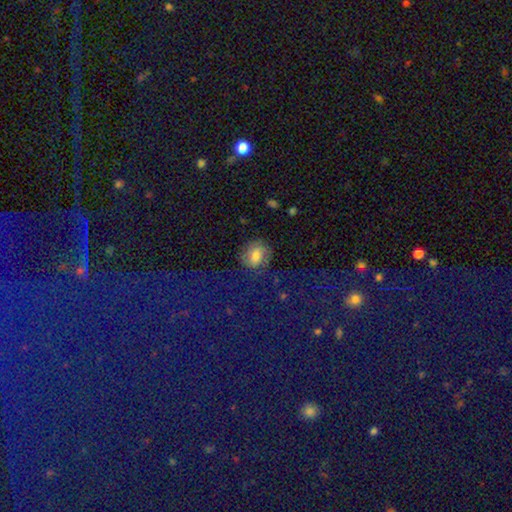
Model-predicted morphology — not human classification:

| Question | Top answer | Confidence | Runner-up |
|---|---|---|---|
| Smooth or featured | smooth | 55% | featured or disk (30%) |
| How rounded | round | 51% | in between (47%) |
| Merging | none | 71% | minor disturbance (18%) |